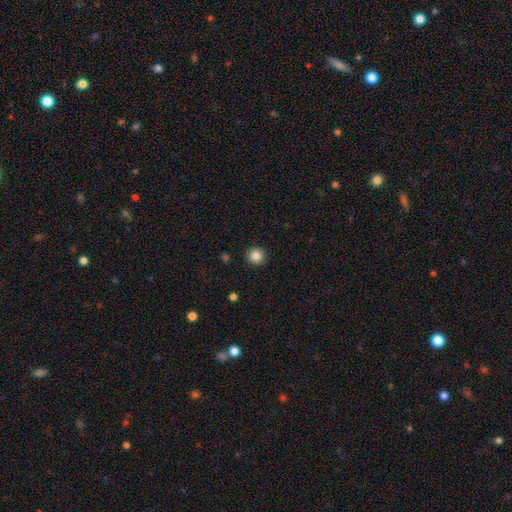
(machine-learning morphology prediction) Smooth or featured: smooth — 84% (star or artifact — 10%)
How rounded: round — 95% (in between — 4%)
Merging: none — 93% (minor disturbance — 5%)